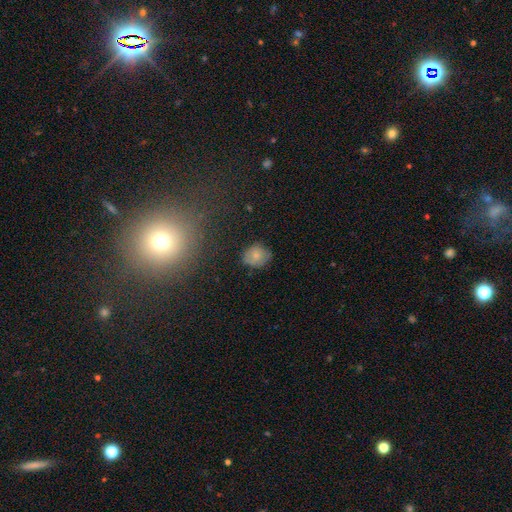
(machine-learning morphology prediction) Smooth or featured?
  - smooth: 77% *
  - featured or disk: 12%
  - star or artifact: 11%
How rounded?
  - round: 65% *
  - in between: 34%
  - cigar-shaped: 1%
Merging?
  - none: 74% *
  - minor disturbance: 20%
  - major disturbance: 4%
  - merger: 2%